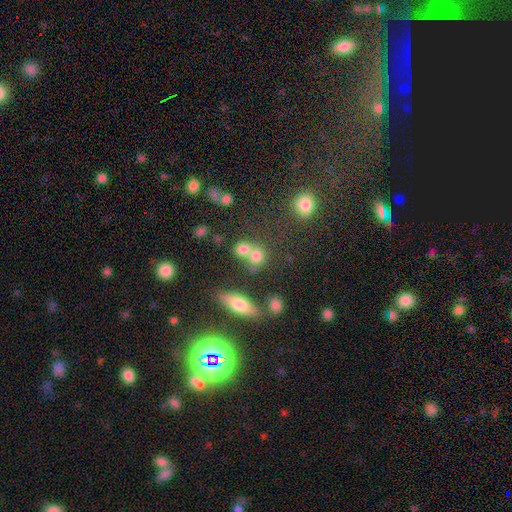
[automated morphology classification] type=smooth (74%); roundness=round (72%); merging=merger (46%).